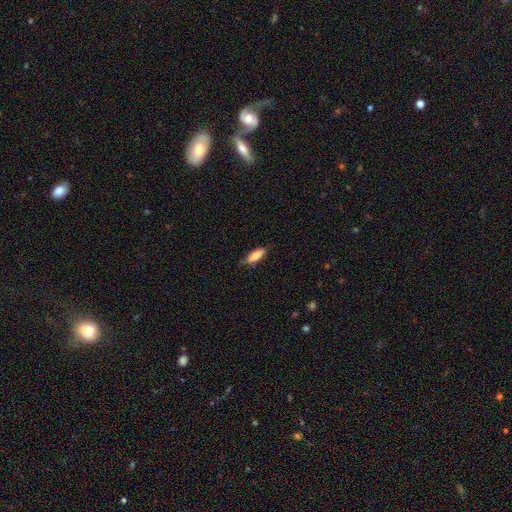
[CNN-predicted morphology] A smooth galaxy with no disk features (84%) that is in between round and cigar-shaped (64%).

Vote fractions:
- Smooth or featured? smooth: 84% / featured or disk: 10% / star or artifact: 6%
- How rounded? in between: 64% / cigar-shaped: 35% / round: 2%
- Merging? none: 71% / minor disturbance: 23% / major disturbance: 4% / merger: 1%